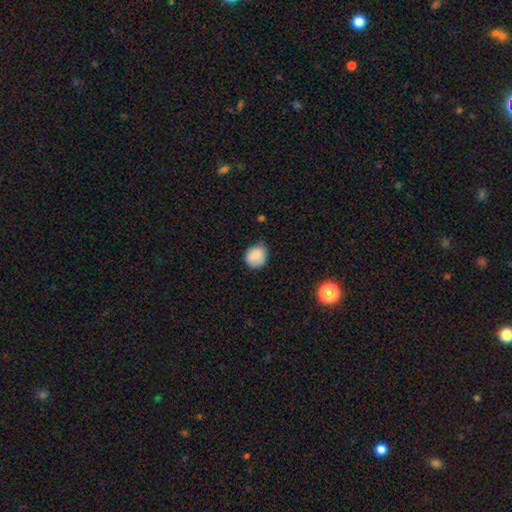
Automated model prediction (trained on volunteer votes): Smooth or featured: smooth — 85% (star or artifact — 8%)
How rounded: round — 69% (in between — 30%)
Merging: none — 67% (minor disturbance — 27%)